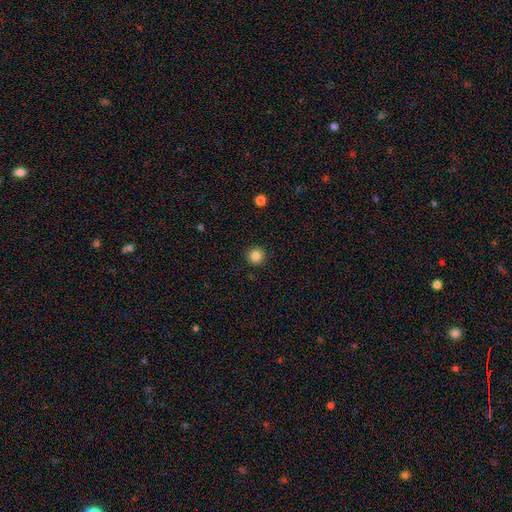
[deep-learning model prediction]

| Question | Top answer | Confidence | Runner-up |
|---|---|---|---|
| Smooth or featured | smooth | 86% | star or artifact (11%) |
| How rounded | round | 96% | in between (3%) |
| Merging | none | 92% | minor disturbance (5%) |